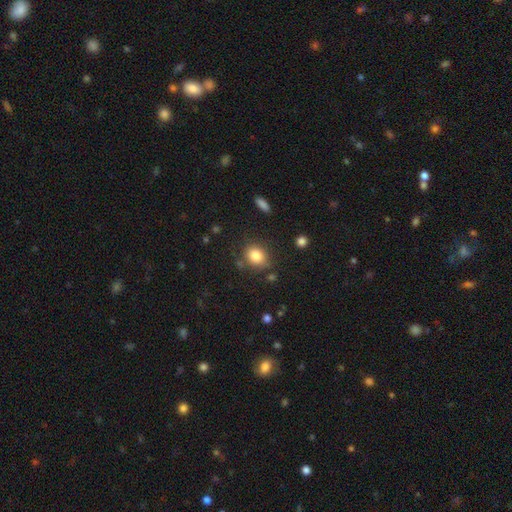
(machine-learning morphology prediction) smooth 82%, star or artifact 10%, featured or disk 7%. Down the decision tree: how rounded — round (58%); merging — none (77%).